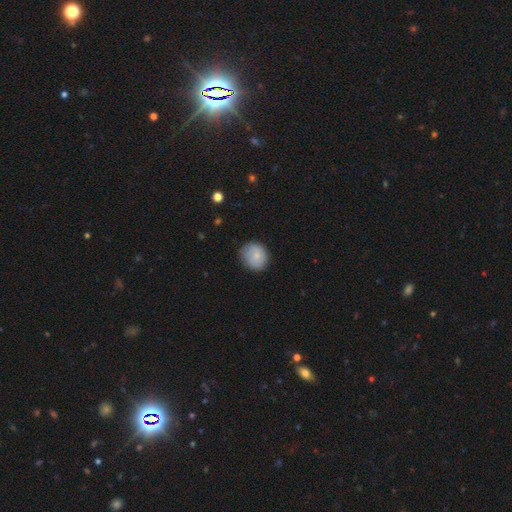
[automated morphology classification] A smooth galaxy with no disk features (76%) that is round (79%). Merging: none (76%).